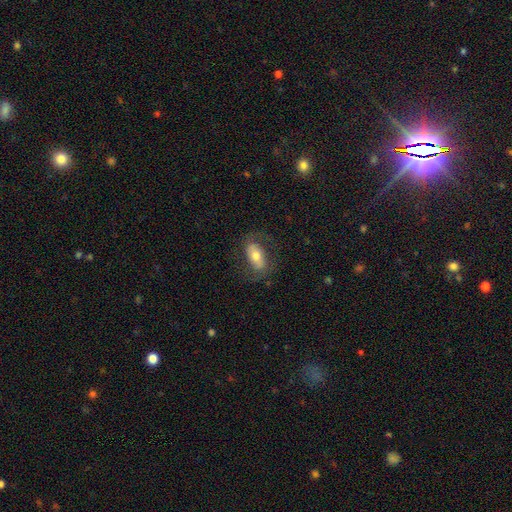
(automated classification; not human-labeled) The model was most divided on "smooth or featured": smooth: 51%, featured or disk: 41%, star or artifact: 7%. More confident: how rounded — in between (88%); merging — none (71%).